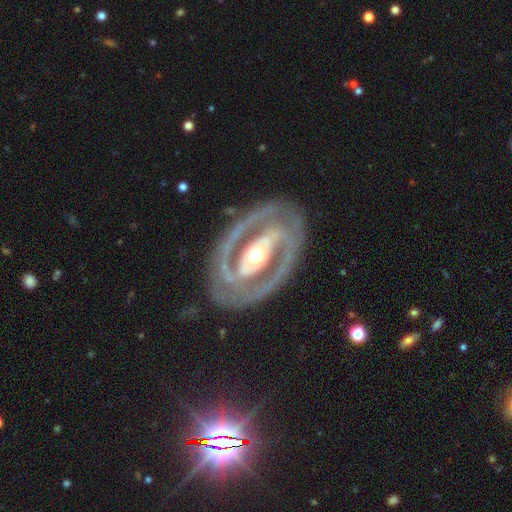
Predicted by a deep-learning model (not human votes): The model was most divided on "bar": strong: 42%, no: 33%, weak: 25%. More confident: edge-on disk — no (95%); smooth or featured — featured or disk (88%); spiral arm count — 2 (81%); spiral arms — yes (79%); merging — none (79%); bulge size — moderate (71%); spiral winding — tight (55%).